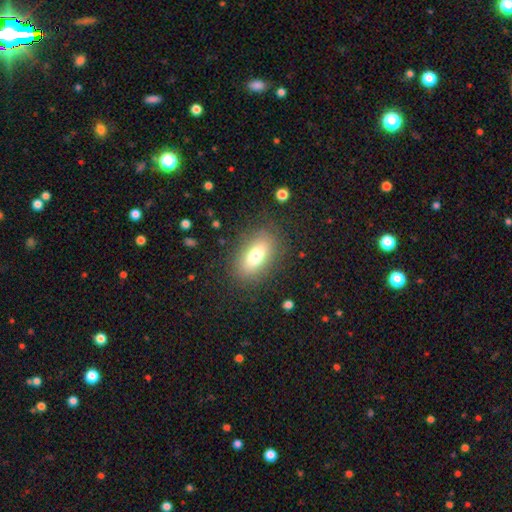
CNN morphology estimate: smooth_or_featured: smooth (p=0.72) [alt: featured or disk p=0.18]
how_rounded: in between (p=0.84) [alt: round p=0.08]
merging: none (p=0.83) [alt: minor disturbance p=0.11]